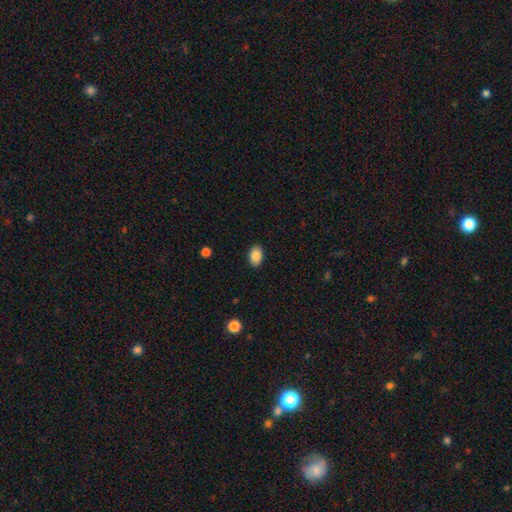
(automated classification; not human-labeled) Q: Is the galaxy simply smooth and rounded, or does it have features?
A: smooth — 88%.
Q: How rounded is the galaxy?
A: in between — 89%.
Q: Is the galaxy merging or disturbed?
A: none — 89%.